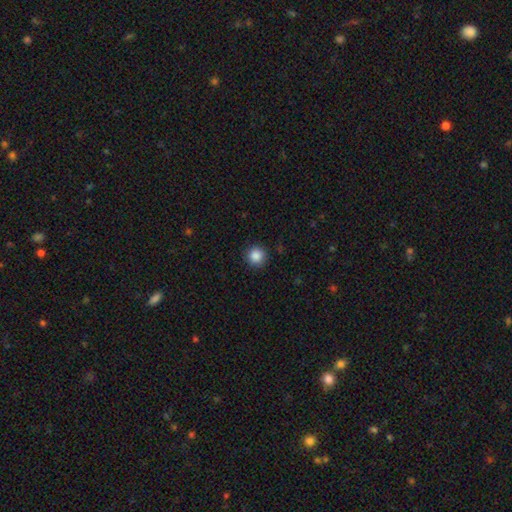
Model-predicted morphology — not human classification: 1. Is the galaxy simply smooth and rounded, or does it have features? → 87% smooth, 10% star or artifact, 3% featured or disk.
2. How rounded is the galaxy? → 95% round, 4% in between, 1% cigar-shaped.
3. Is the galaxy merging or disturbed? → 91% none, 6% minor disturbance, 2% major disturbance, 1% merger.